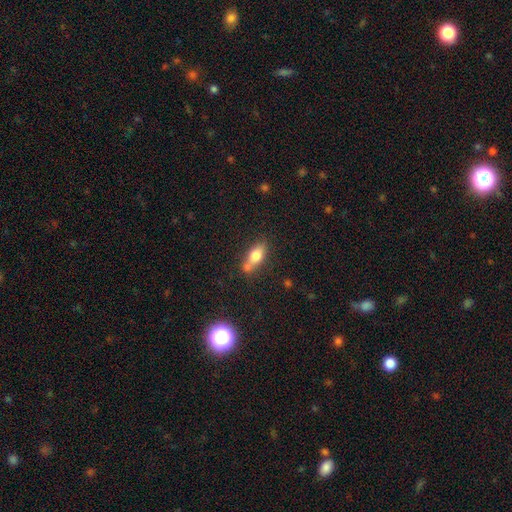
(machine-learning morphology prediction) Smooth or featured: smooth — 72% (featured or disk — 19%)
How rounded: in between — 76% (cigar-shaped — 16%)
Merging: none — 53% (merger — 27%)